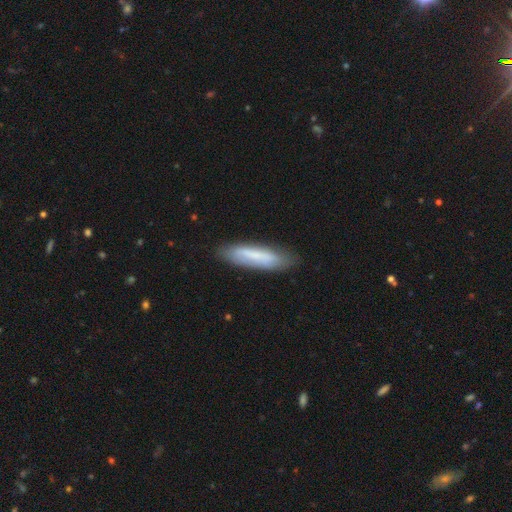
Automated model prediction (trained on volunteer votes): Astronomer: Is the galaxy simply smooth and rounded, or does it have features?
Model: smooth — 64%.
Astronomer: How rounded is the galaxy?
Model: cigar-shaped — 74%.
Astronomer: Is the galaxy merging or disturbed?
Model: none — 78%.